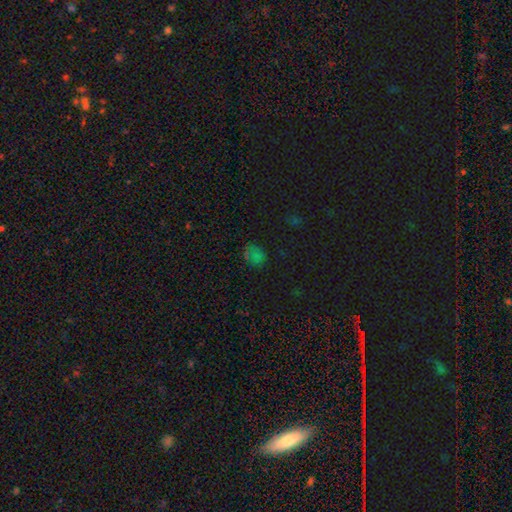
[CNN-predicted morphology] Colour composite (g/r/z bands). It shows a smooth galaxy with no disk features (49%). Merging: none (67%).